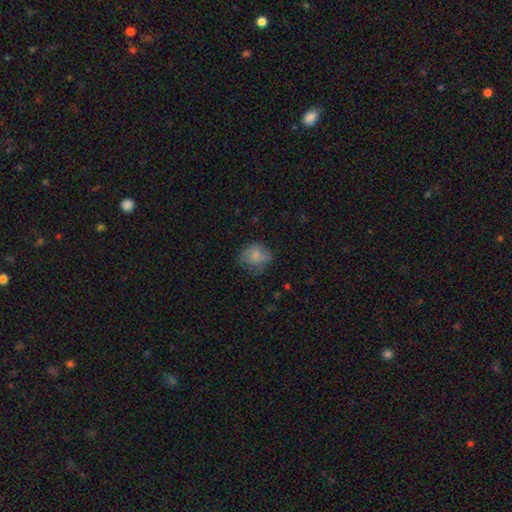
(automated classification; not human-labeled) Overall: smooth (74%). How rounded: round (66%; in between 33%). Merging: none (60%; minor disturbance 27%).